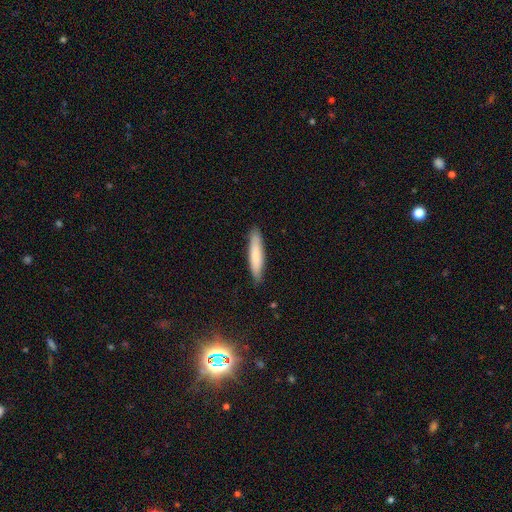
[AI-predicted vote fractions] Smooth or featured?
  - smooth: 77% *
  - featured or disk: 17%
  - star or artifact: 6%
How rounded?
  - cigar-shaped: 85% *
  - in between: 14%
  - round: 1%
Merging?
  - none: 88% *
  - minor disturbance: 9%
  - major disturbance: 2%
  - merger: 1%